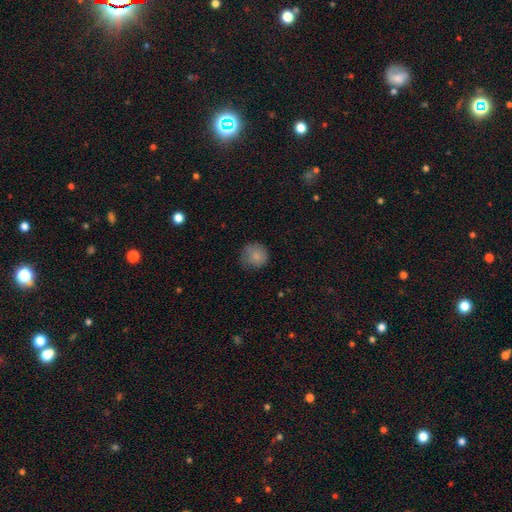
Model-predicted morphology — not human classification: This appears to be a smooth galaxy with no disk features (83%) that is round (91%). Merging: none (74%).